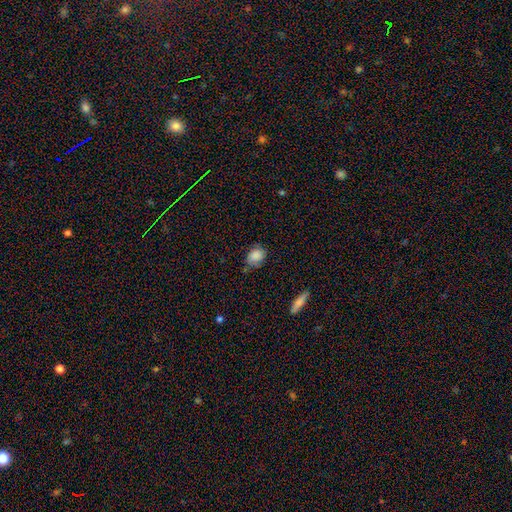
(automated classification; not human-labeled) smooth 74%, featured or disk 17%, star or artifact 9%. Down the decision tree: how rounded — in between (52%); merging — none (62%).